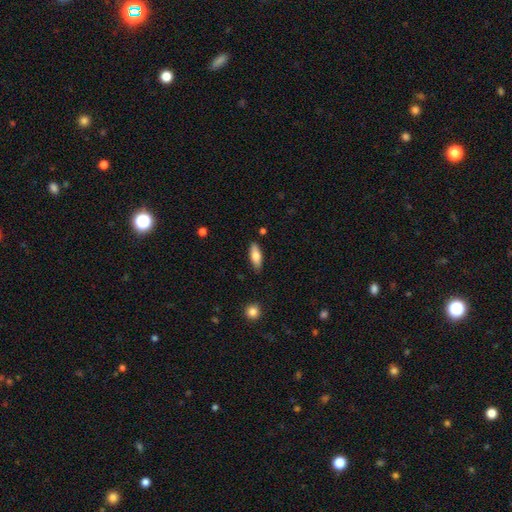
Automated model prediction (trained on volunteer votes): Morphology: type=smooth (75%); roundness=in between (67%); merging=none (85%).